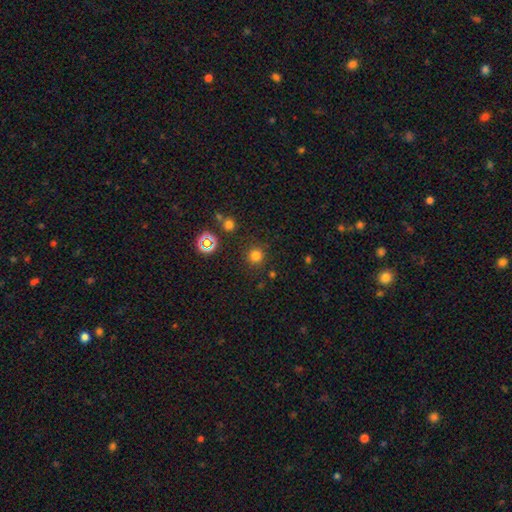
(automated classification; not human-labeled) smooth_or_featured: smooth (p=0.75) [alt: star or artifact p=0.20]
how_rounded: round (p=0.94) [alt: in between p=0.05]
merging: none (p=0.86) [alt: minor disturbance p=0.08]